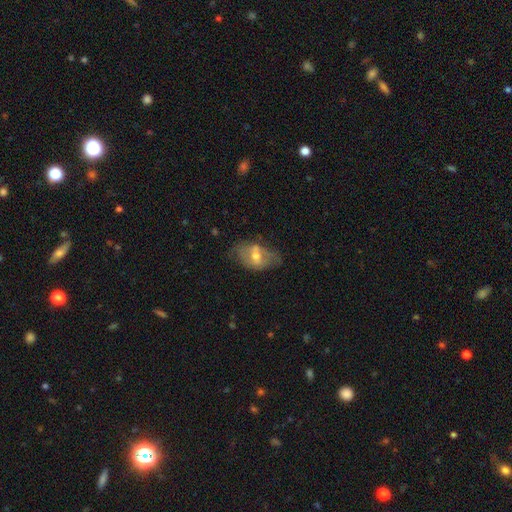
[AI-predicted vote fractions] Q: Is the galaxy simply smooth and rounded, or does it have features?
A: featured or disk — 55%.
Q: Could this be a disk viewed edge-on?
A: no — 91%.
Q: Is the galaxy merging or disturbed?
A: none — 53%.